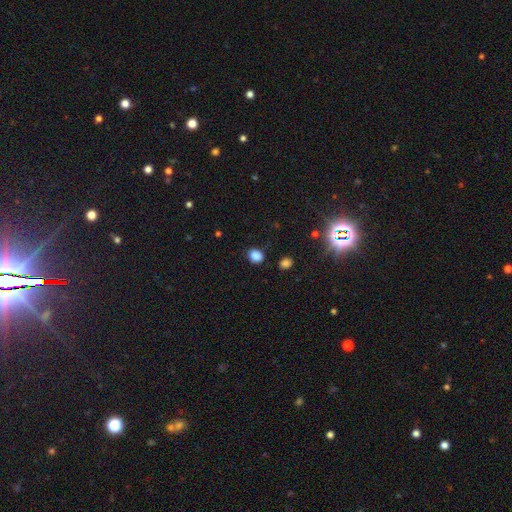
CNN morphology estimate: smooth 84%, star or artifact 12%, featured or disk 4%. Down the decision tree: how rounded — round (52%); merging — none (80%).